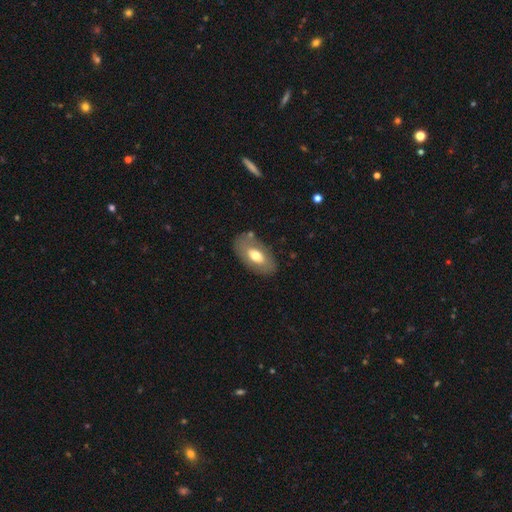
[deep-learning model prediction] Morphology: type=smooth (59%); roundness=in between (92%); merging=none (76%).